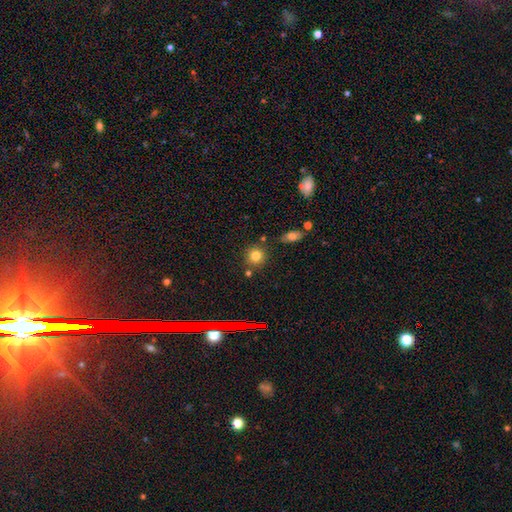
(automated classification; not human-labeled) Overall: smooth (78%). How rounded: round (91%). Merging: none (80%).